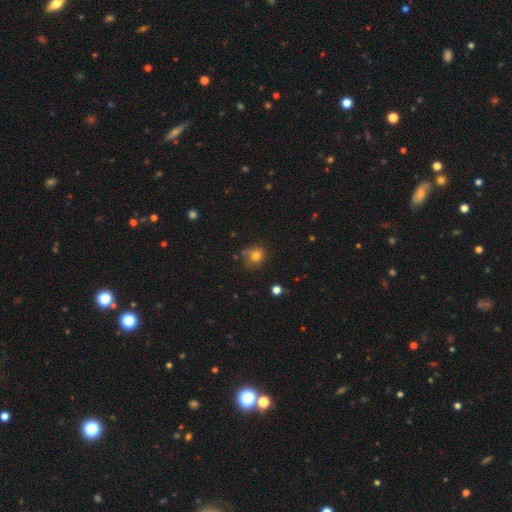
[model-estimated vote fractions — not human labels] This appears to be a smooth galaxy with no disk features (77%) that is round (79%). Merging: none (57%).